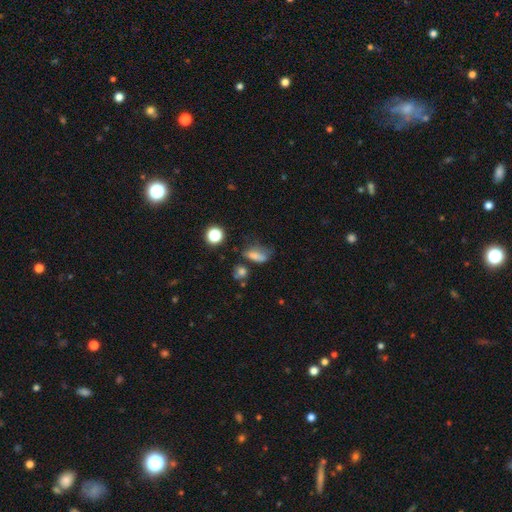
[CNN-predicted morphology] A smooth galaxy with no disk features (71%) that is in between round and cigar-shaped (73%).

Vote fractions:
- Smooth or featured? smooth: 71% / star or artifact: 16% / featured or disk: 13%
- How rounded? in between: 73% / cigar-shaped: 15% / round: 12%
- Merging? none: 39% / minor disturbance: 30% / major disturbance: 22% / merger: 9%